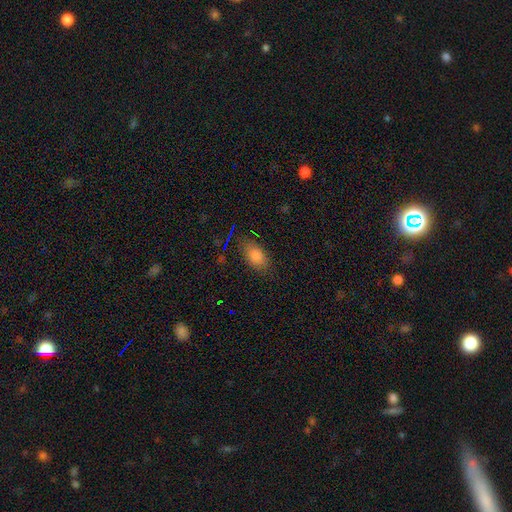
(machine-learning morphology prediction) Q: Smooth or featured?
A: smooth (82%); runner-up: star or artifact (11%)
Q: How rounded?
A: in between (89%); runner-up: round (7%)
Q: Merging?
A: none (78%); runner-up: minor disturbance (16%)